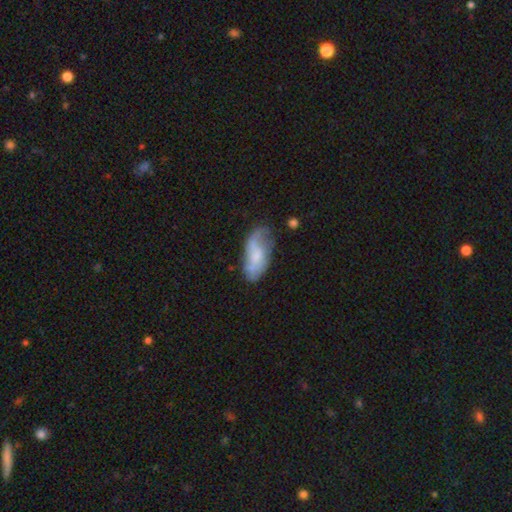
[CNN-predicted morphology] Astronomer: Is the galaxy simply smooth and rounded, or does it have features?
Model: featured or disk — 51% (runner-up: smooth, 41%).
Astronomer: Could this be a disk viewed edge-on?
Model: no — 91%.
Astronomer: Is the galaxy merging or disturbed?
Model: none — 55%.